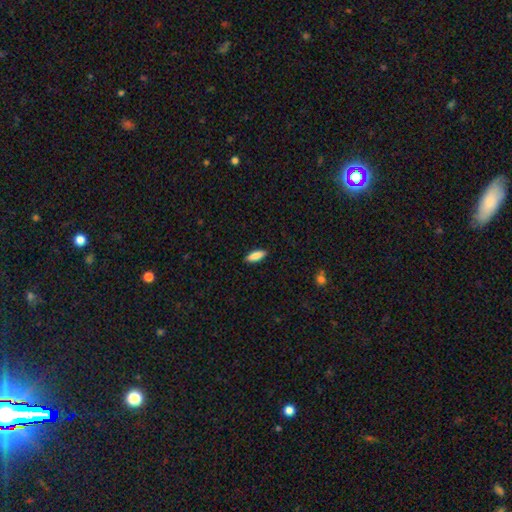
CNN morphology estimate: type=smooth (86%); roundness=in between (61%); merging=none (89%).